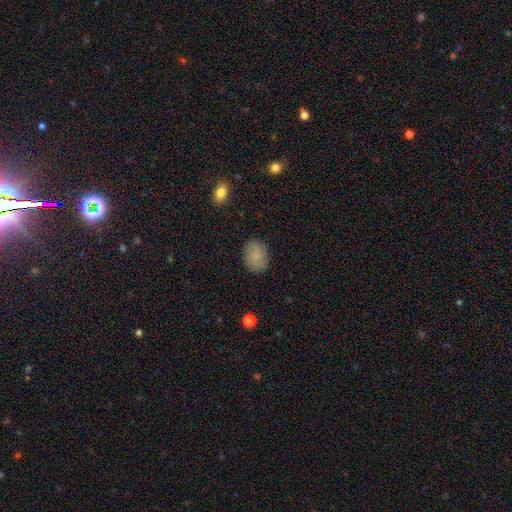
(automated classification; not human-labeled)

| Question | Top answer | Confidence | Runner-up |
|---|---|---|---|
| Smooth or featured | smooth | 80% | featured or disk (12%) |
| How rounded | in between | 65% | round (33%) |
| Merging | none | 85% | minor disturbance (11%) |